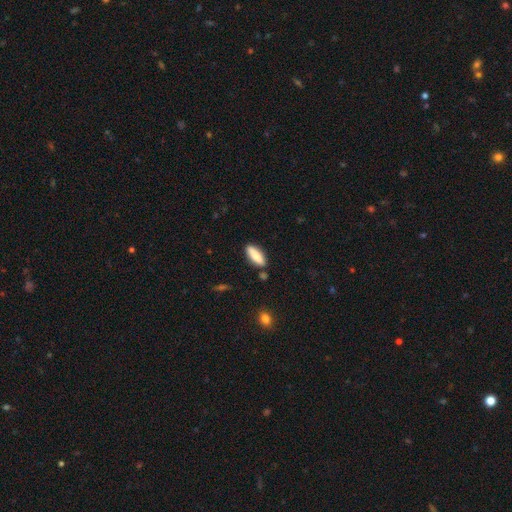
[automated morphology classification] Smooth or featured?
  - smooth: 78% *
  - featured or disk: 16%
  - star or artifact: 6%
How rounded?
  - in between: 59% *
  - cigar-shaped: 39%
  - round: 2%
Merging?
  - none: 85% *
  - minor disturbance: 10%
  - merger: 3%
  - major disturbance: 2%